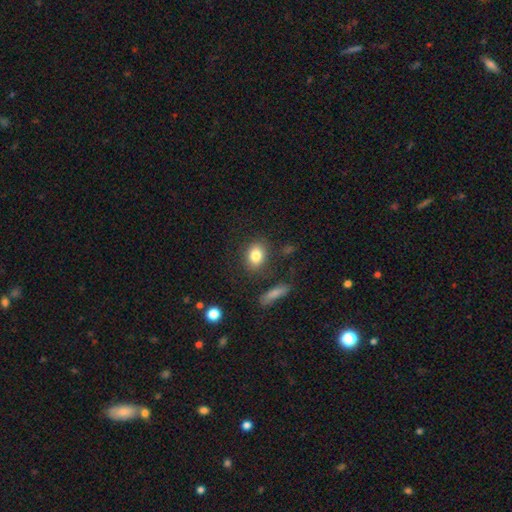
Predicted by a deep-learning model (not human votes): A smooth galaxy with no disk features (82%) that is in between round and cigar-shaped (59%). Merging: none (81%).